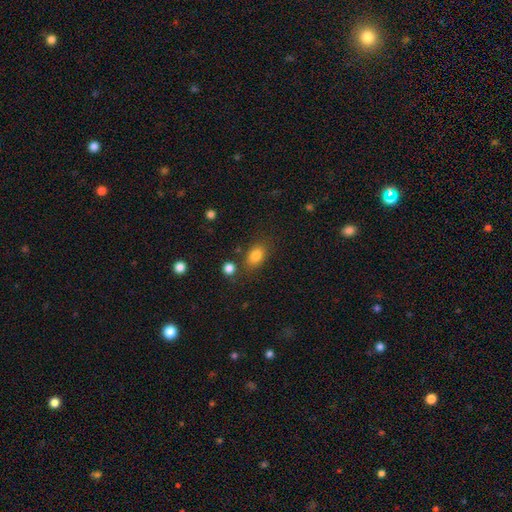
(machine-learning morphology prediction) This is clearly a smooth galaxy (83%). How rounded: likely in between (78%). Merging: likely none (76%).